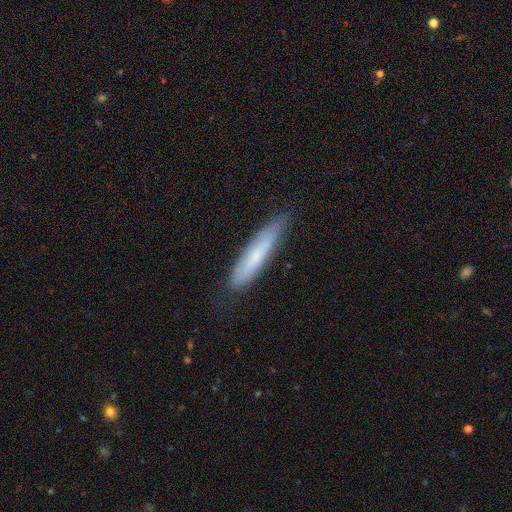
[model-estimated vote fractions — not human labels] Overall: smooth (65%; featured or disk 28%). How rounded: cigar-shaped (86%). Merging: none (77%).